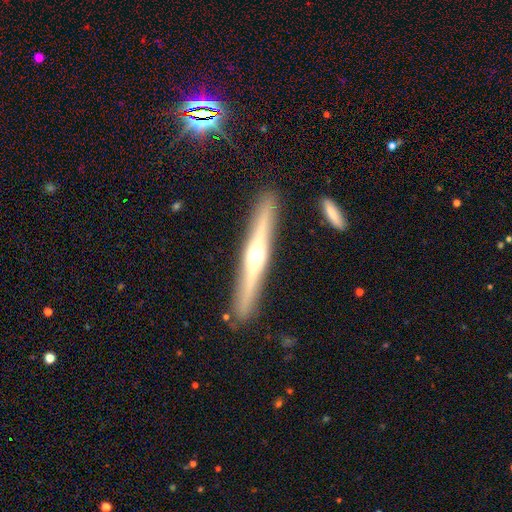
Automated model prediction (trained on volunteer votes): Smooth or featured: featured or disk — 72% (smooth — 23%)
Edge-on disk: yes — 97% (no — 3%)
Edge-on bulge: rounded — 92% (none — 4%)
Merging: none — 89% (minor disturbance — 7%)